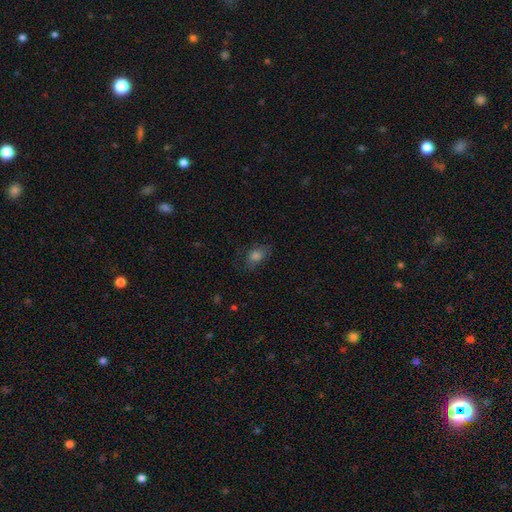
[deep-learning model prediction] Morphology: type=smooth (72%); roundness=in between (65%); merging=none (68%).